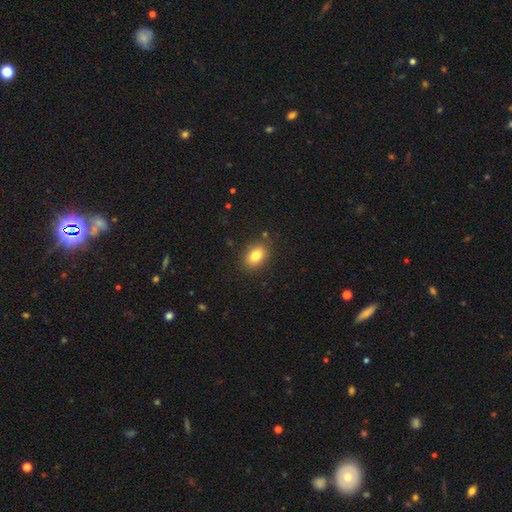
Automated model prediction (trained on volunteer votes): A smooth galaxy with no disk features (82%) that is in between round and cigar-shaped (81%). Merging: none (85%).